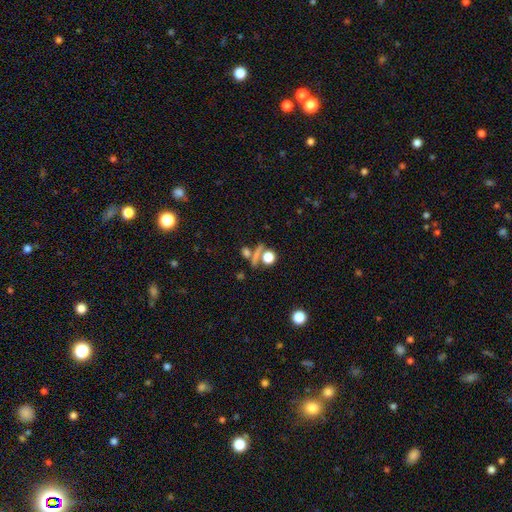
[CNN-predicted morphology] A smooth galaxy with no disk features (42%).

Vote fractions:
- Smooth or featured? smooth: 42% / star or artifact: 39% / featured or disk: 19%
- Merging? none: 67% / merger: 19% / minor disturbance: 8% / major disturbance: 6%